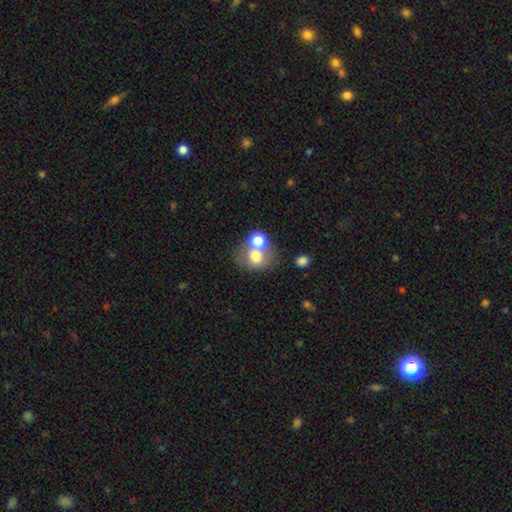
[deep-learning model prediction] Smooth or featured? Predicted: smooth (p=0.69). How rounded? Predicted: round (p=0.64). Merging? Predicted: merger (p=0.45).